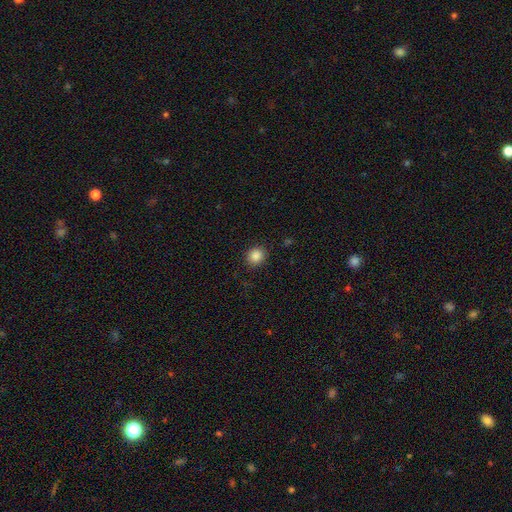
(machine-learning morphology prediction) smooth-or-featured: smooth: 87% | star or artifact: 10% | featured or disk: 4%
  how-rounded: round: 83% | in between: 16% | cigar-shaped: 1%
  merging: none: 89% | minor disturbance: 7% | major disturbance: 2% | merger: 1%